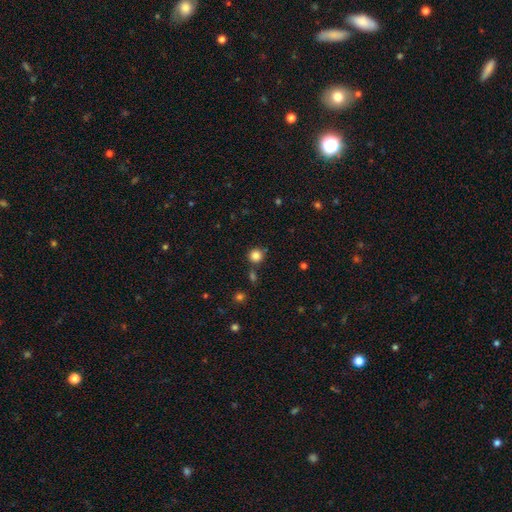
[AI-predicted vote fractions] smooth 84%, star or artifact 12%, featured or disk 4%. Down the decision tree: how rounded — round (93%); merging — none (80%).